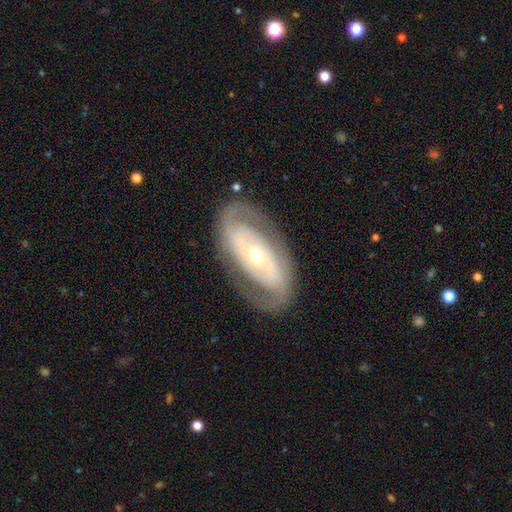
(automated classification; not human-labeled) The model was most divided on "bulge size": moderate: 50%, small: 45%, large: 3%, dominant: 1%, none: 1%. Remaining: edge-on disk — no (93%); smooth or featured — featured or disk (82%); spiral arm count — 2 (81%); merging — none (80%); spiral arms — yes (79%); bar — no (57%); spiral winding — tight (47%).